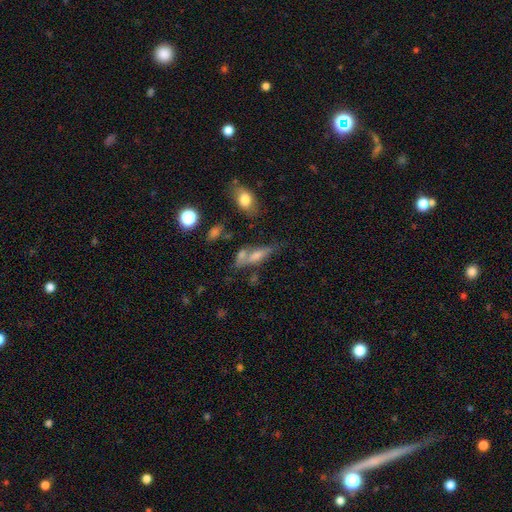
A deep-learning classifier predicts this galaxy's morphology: smooth 50%, featured or disk 35%, star or artifact 15%. Down the decision tree: how rounded — cigar-shaped (54%); merging — none (45%).